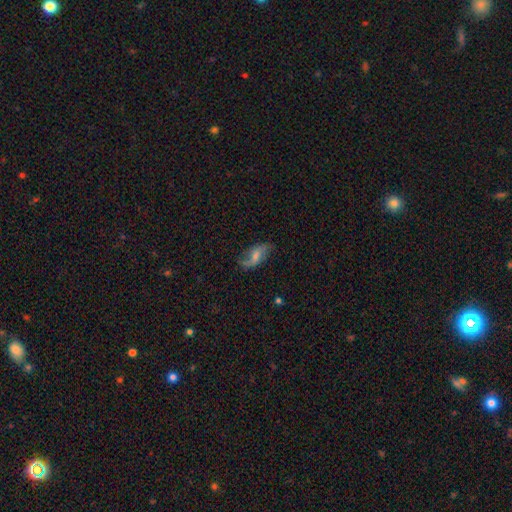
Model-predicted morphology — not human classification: smooth-or-featured: featured or disk: 61% | smooth: 29% | star or artifact: 9%
  disk-edge-on: no: 91% | yes: 9%
    bar: no: 46% | weak: 40% | strong: 14%
    has-spiral-arms: yes: 87% | no: 13%
    bulge-size: small: 43% | moderate: 42% | none: 9% | large: 4% | dominant: 1%
  merging: none: 68% | minor disturbance: 21% | major disturbance: 9% | merger: 2%